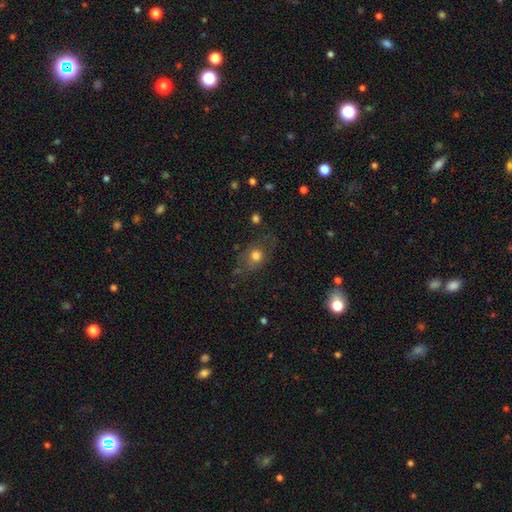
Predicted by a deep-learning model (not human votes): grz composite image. It shows a smooth galaxy with no disk features (65%) that is in between round and cigar-shaped (55%). Merging: none (63%).